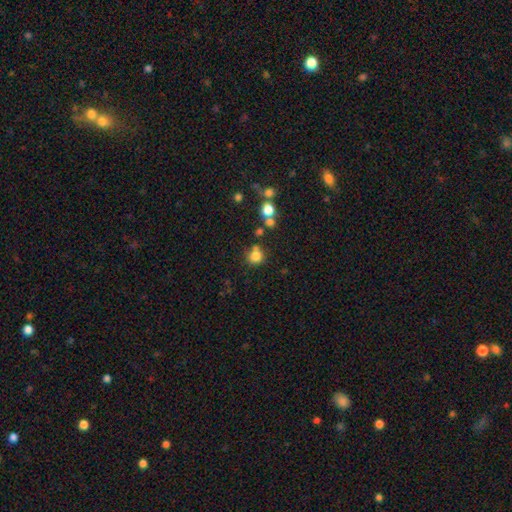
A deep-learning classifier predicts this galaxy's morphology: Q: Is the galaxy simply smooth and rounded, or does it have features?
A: smooth — 79%.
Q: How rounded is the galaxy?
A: round — 85%.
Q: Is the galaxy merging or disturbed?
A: none — 66%.